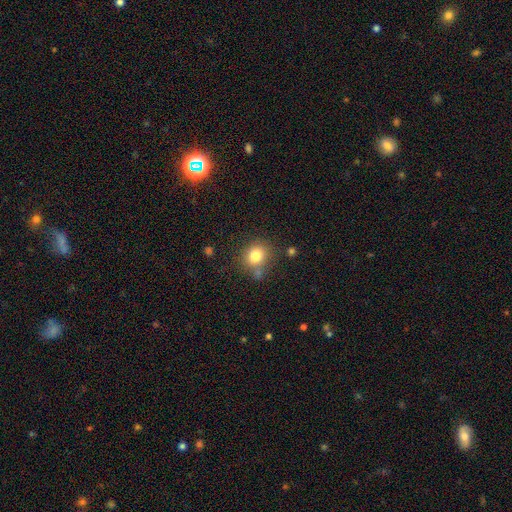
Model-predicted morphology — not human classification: A smooth galaxy with no disk features (80%) that is round (71%). Merging: none (68%).